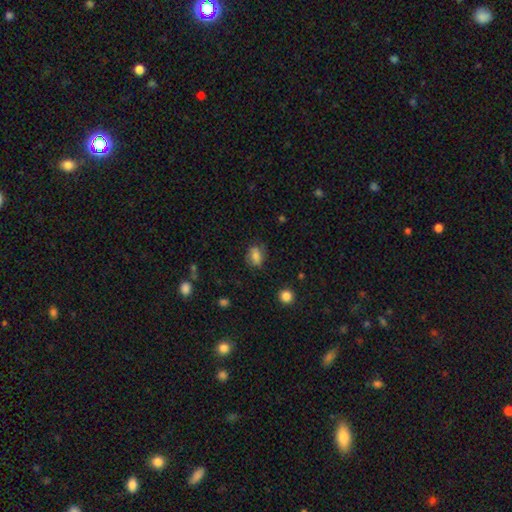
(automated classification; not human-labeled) This is likely a smooth galaxy (79%). How rounded: likely in between (70%). Merging: likely none (73%).